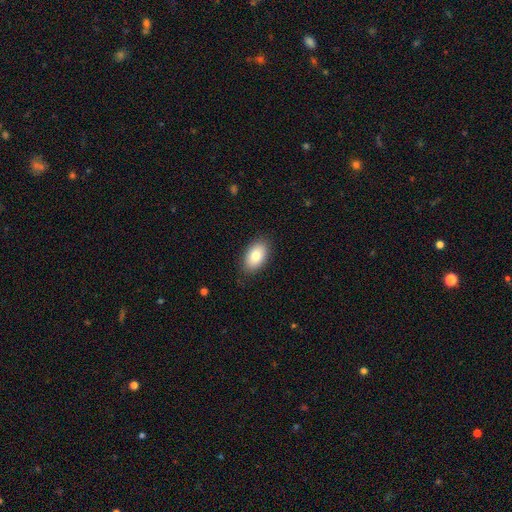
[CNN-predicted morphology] Q: Smooth or featured?
A: smooth (83%); runner-up: featured or disk (10%)
Q: How rounded?
A: in between (93%); runner-up: round (6%)
Q: Merging?
A: none (86%); runner-up: minor disturbance (11%)